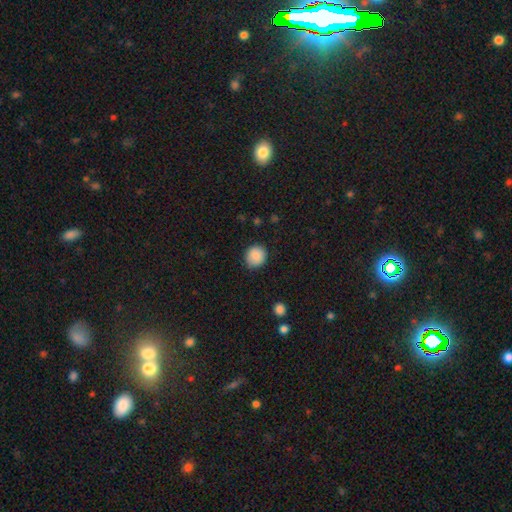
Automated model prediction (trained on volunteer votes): smooth_or_featured: smooth (p=0.89) [alt: star or artifact p=0.08]
how_rounded: round (p=0.86) [alt: in between p=0.13]
merging: none (p=0.86) [alt: minor disturbance p=0.10]